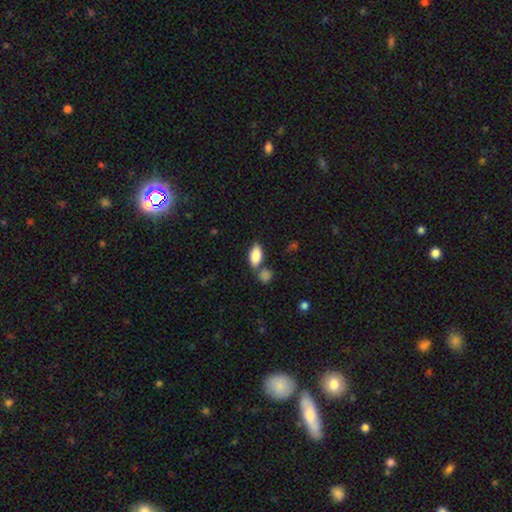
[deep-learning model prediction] A smooth galaxy with no disk features (85%) that is in between round and cigar-shaped (90%). Merging: none (62%).